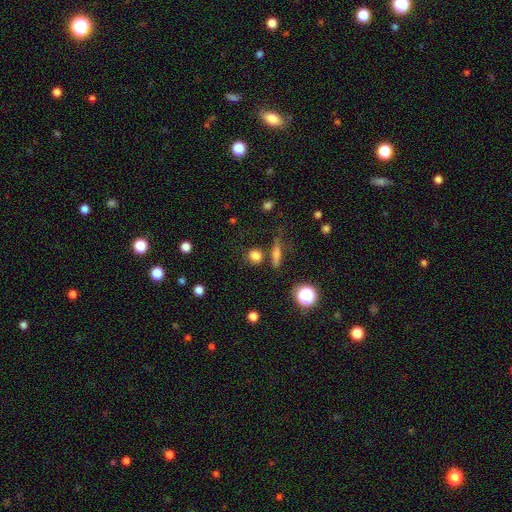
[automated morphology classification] Smooth or featured: smooth — 79% (star or artifact — 14%)
How rounded: round — 80% (in between — 15%)
Merging: none — 76% (minor disturbance — 11%)